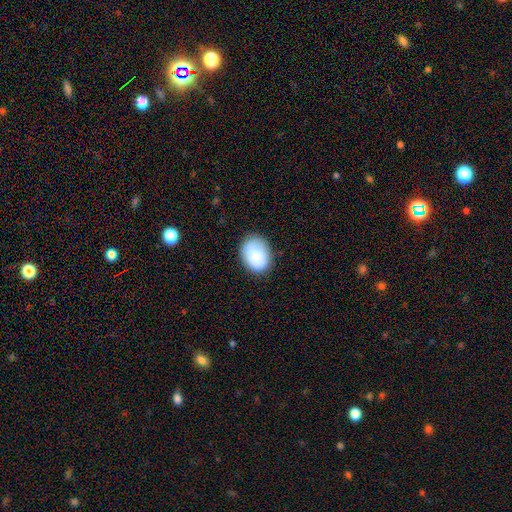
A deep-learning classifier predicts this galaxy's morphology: Smooth or featured? Predicted: smooth (p=0.85). How rounded? Predicted: in between (p=0.68). Merging? Predicted: none (p=0.80).